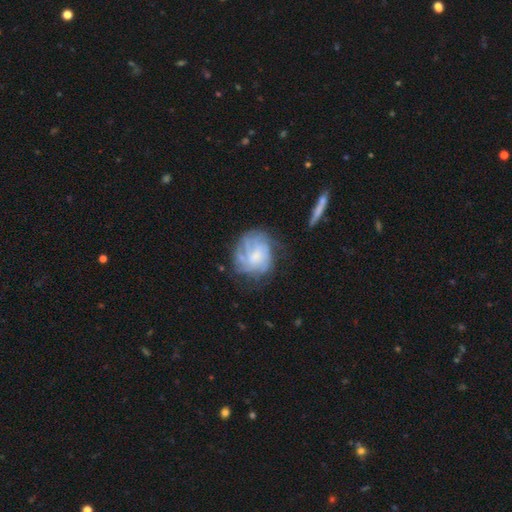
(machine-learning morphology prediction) smooth_or_featured: featured or disk (p=0.68) [alt: smooth p=0.24]
disk_edge_on: no (p=0.97) [alt: yes p=0.03]
bar: no (p=0.64) [alt: weak p=0.30]
has_spiral_arms: yes (p=0.84) [alt: no p=0.16]
spiral_winding: tight (p=0.57) [alt: medium p=0.30]
spiral_arm_count: can't tell (p=0.48) [alt: 4 p=0.17]
bulge_size: none (p=0.33) [tied with: small p=0.33]
merging: none (p=0.58) [alt: minor disturbance p=0.23]